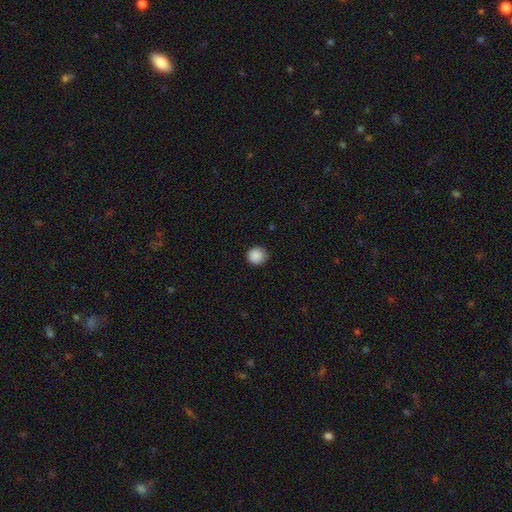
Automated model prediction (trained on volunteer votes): Q: Smooth or featured?
A: smooth (89%); runner-up: star or artifact (9%)
Q: How rounded?
A: round (93%); runner-up: in between (6%)
Q: Merging?
A: none (85%); runner-up: minor disturbance (12%)